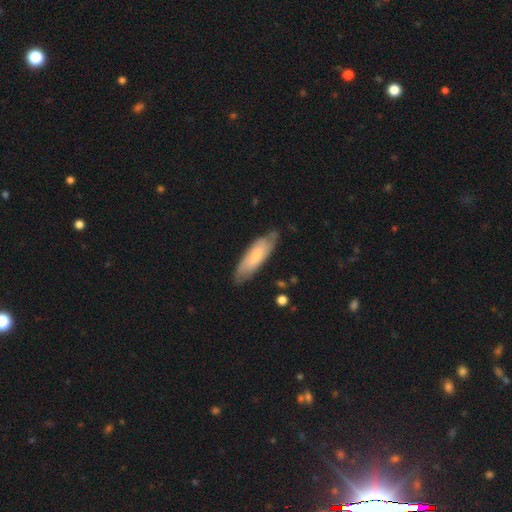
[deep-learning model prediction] smooth 62%, featured or disk 32%, star or artifact 6%. Down the decision tree: how rounded — cigar-shaped (50%); merging — none (72%).